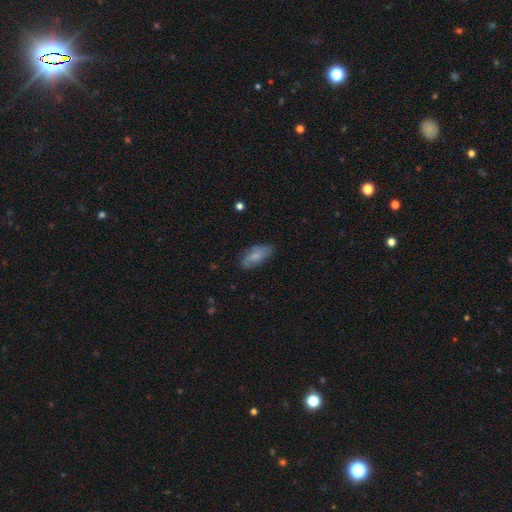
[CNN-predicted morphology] Smooth or featured: smooth — 73% (featured or disk — 21%)
How rounded: in between — 86% (cigar-shaped — 12%)
Merging: none — 76% (minor disturbance — 19%)